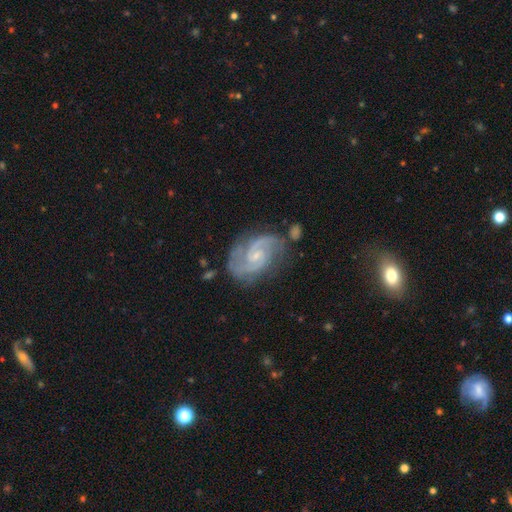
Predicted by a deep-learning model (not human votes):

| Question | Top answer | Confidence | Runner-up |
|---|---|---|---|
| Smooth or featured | featured or disk | 89% | smooth (5%) |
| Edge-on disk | no | 98% | yes (2%) |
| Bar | weak | 47% | no (44%) |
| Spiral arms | yes | 98% | no (2%) |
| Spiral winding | medium | 54% | tight (32%) |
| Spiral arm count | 2 | 84% | 3 (6%) |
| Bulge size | small | 70% | moderate (23%) |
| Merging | none | 66% | minor disturbance (21%) |